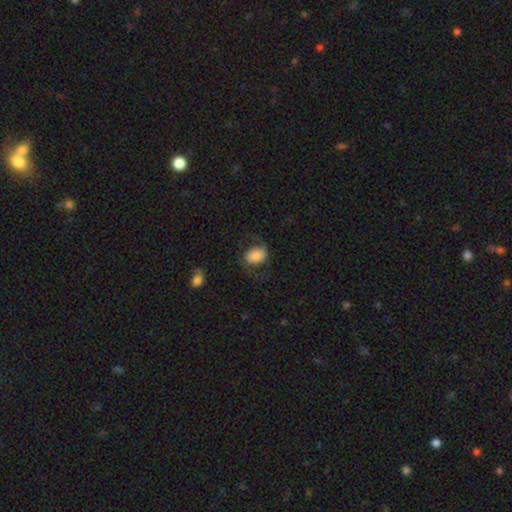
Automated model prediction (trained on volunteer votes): Q: Smooth or featured?
A: smooth (62%); runner-up: featured or disk (30%)
Q: How rounded?
A: in between (67%); runner-up: round (32%)
Q: Merging?
A: none (63%); runner-up: minor disturbance (19%)